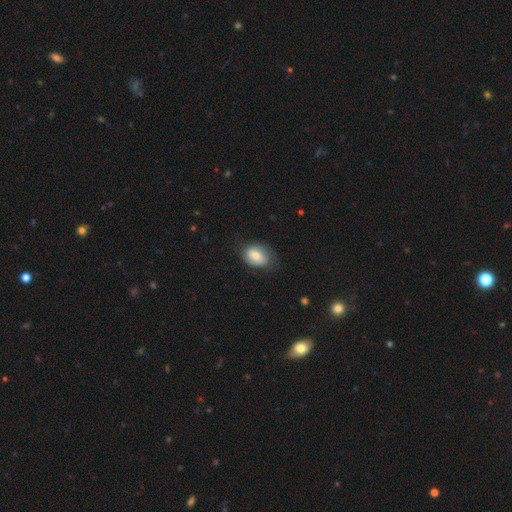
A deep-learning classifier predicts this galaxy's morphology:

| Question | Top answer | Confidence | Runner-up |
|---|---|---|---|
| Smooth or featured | smooth | 76% | featured or disk (17%) |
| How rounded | in between | 78% | round (21%) |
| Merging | none | 62% | minor disturbance (27%) |